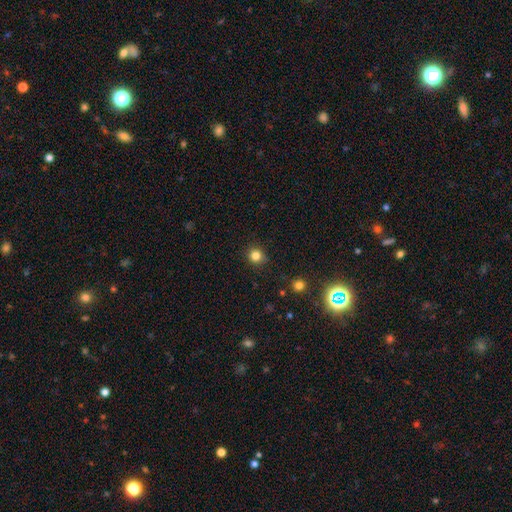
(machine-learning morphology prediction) smooth 82%, star or artifact 14%, featured or disk 5%. Down the decision tree: how rounded — round (92%); merging — none (88%).